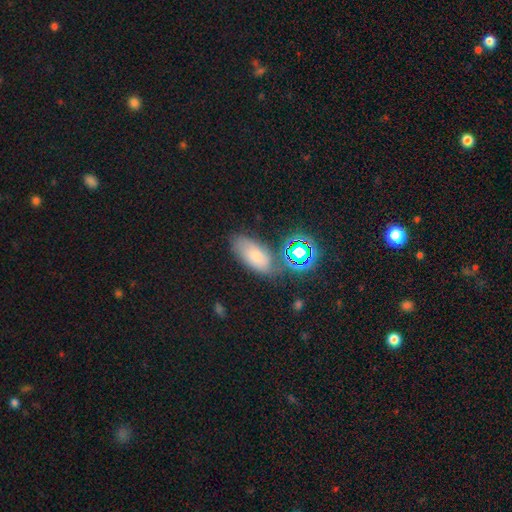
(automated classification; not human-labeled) Smooth or featured? smooth (64%)
How rounded? in between (88%)
Merging? none (69%)